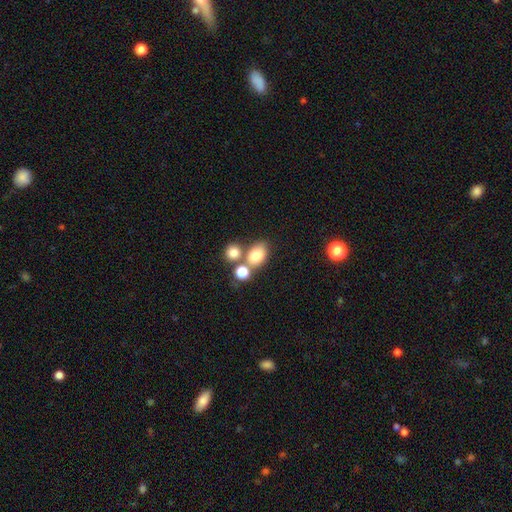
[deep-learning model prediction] A smooth galaxy with no disk features (78%) that is in between round and cigar-shaped (65%).

Vote fractions:
- Smooth or featured? smooth: 78% / star or artifact: 11% / featured or disk: 11%
- How rounded? in between: 65% / round: 34% / cigar-shaped: 2%
- Merging? none: 53% / merger: 32% / minor disturbance: 11% / major disturbance: 4%